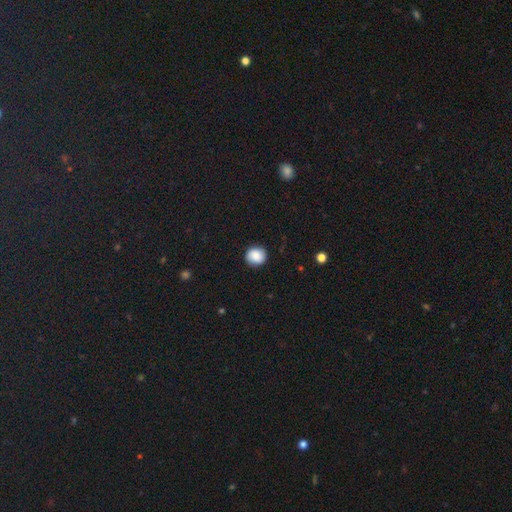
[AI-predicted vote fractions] Morphology: type=smooth (86%); roundness=round (90%); merging=none (89%).